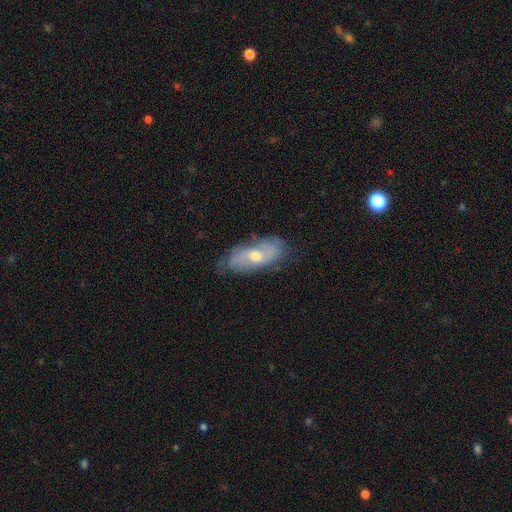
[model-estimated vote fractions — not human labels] A featured or disk galaxy (63%) with no bar (65%), spiral arms (77%) and a moderate central bulge (67%).

Vote fractions:
- Smooth or featured? featured or disk: 63% / smooth: 30% / star or artifact: 8%
- Edge-on disk? no: 86% / yes: 14%
- Bar? no: 65% / weak: 30% / strong: 6%
- Spiral arms? yes: 77% / no: 23%
- Bulge size? moderate: 67% / small: 26% / large: 5% / none: 1% / dominant: 1%
- Merging? none: 67% / minor disturbance: 24% / major disturbance: 7% / merger: 2%